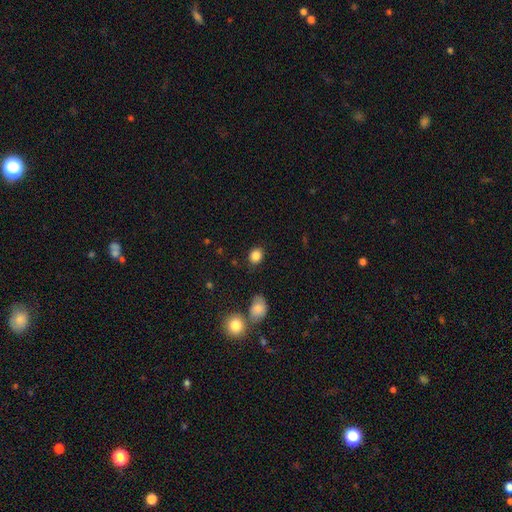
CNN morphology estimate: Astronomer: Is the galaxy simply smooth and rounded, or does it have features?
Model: smooth — 86%.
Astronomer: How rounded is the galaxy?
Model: round — 55% (runner-up: in between, 44%).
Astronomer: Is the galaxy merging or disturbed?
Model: none — 82%.